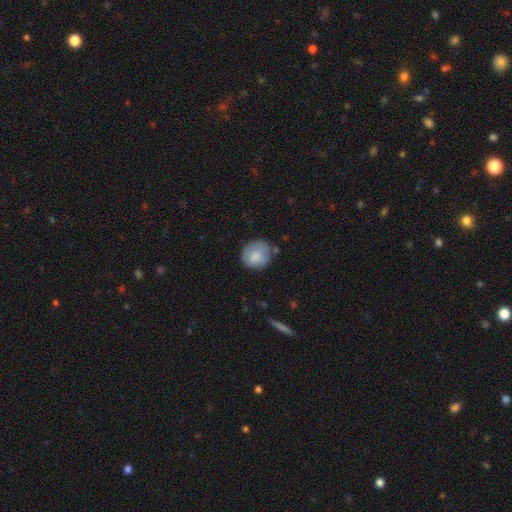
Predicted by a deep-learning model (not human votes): Smooth or featured? Predicted: smooth (p=0.80). How rounded? Predicted: round (p=0.82). Merging? Predicted: none (p=0.69).